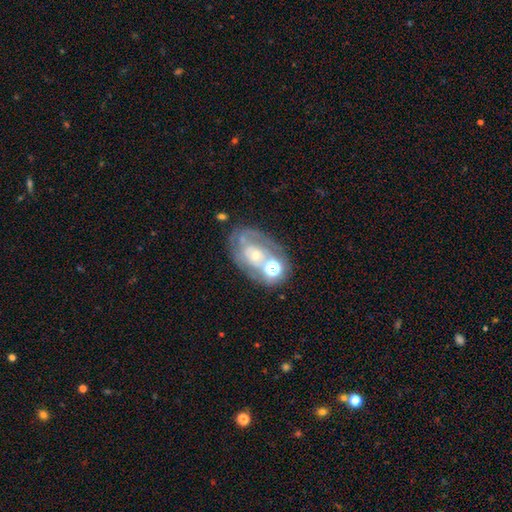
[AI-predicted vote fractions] Overall: featured or disk (64%). Edge-on disk: no (96%). Bar: no (77%). Spiral arms: yes (62%; no 38%). Bulge size: small (57%; moderate 32%). Merging: none (51%; minor disturbance 18%).